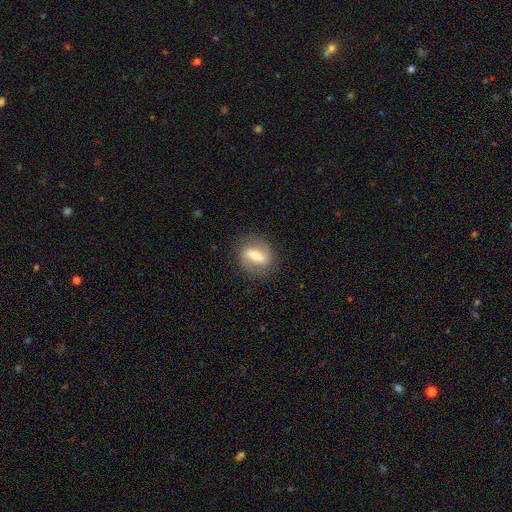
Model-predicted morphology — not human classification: featured or disk 64%, smooth 29%, star or artifact 7%. Down the decision tree: edge-on disk — no (93%); bar — strong (52%); spiral arms — yes (80%); bulge size — moderate (51%); merging — none (83%).